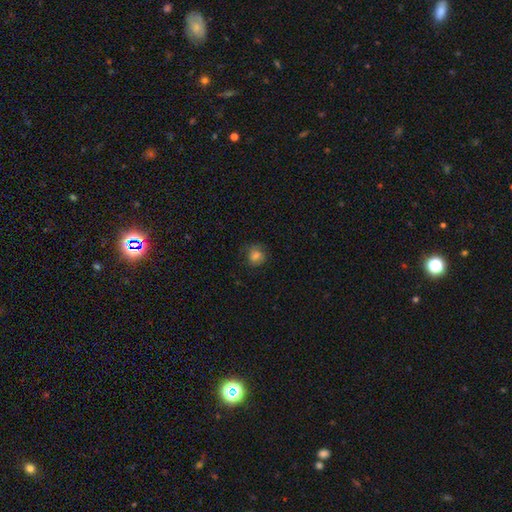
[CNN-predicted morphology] Smooth or featured?
  - smooth: 75% *
  - featured or disk: 14%
  - star or artifact: 11%
How rounded?
  - round: 80% *
  - in between: 19%
  - cigar-shaped: 1%
Merging?
  - none: 73% *
  - minor disturbance: 19%
  - major disturbance: 7%
  - merger: 1%